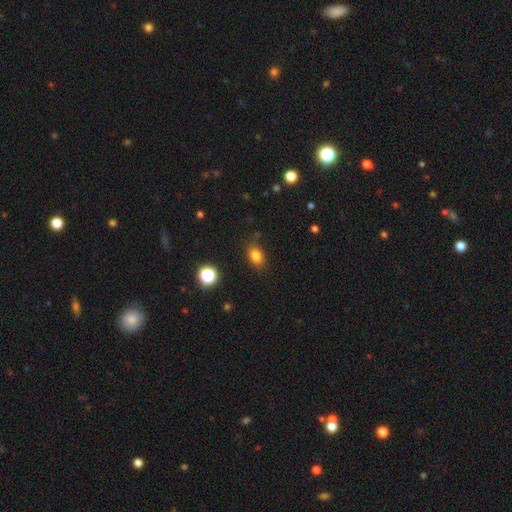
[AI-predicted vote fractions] Smooth or featured: smooth — 81% (star or artifact — 12%)
How rounded: in between — 78% (round — 20%)
Merging: none — 82% (minor disturbance — 13%)